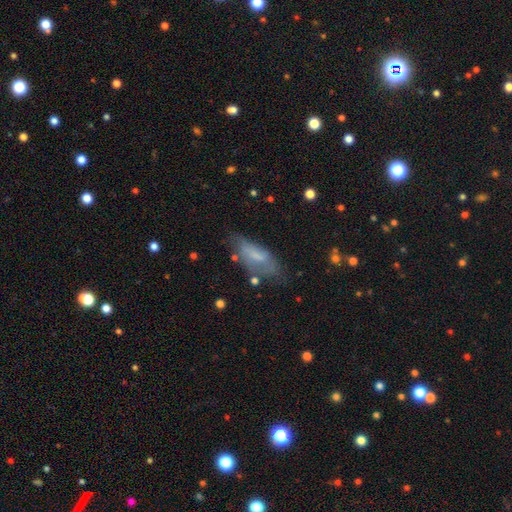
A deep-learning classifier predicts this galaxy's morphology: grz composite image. It shows a smooth galaxy with no disk features (57%) that is in between round and cigar-shaped (73%). Merging: none (50%).